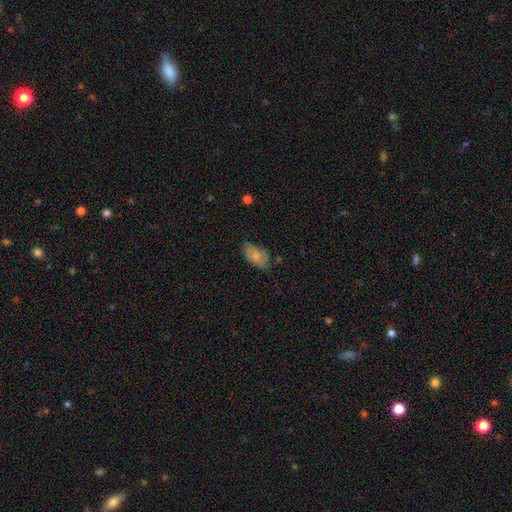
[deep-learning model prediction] Morphology: type=smooth (70%); roundness=in between (92%); merging=none (55%).